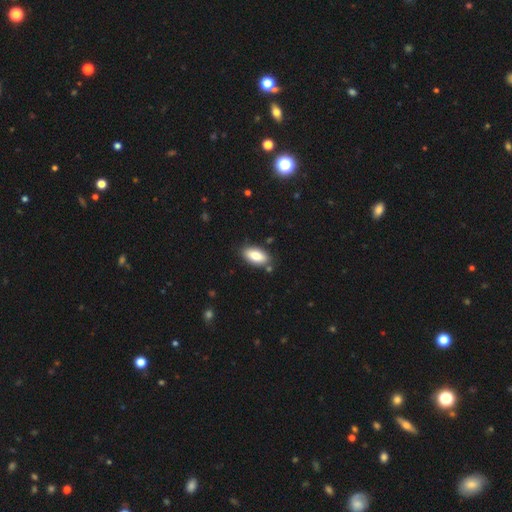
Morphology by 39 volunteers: smooth_or_featured: smooth (p=0.90) [alt: featured or disk p=0.10]
how_rounded: in between (p=0.91) [alt: round p=0.06]
merging: none (p=0.82) [alt: minor disturbance p=0.10]